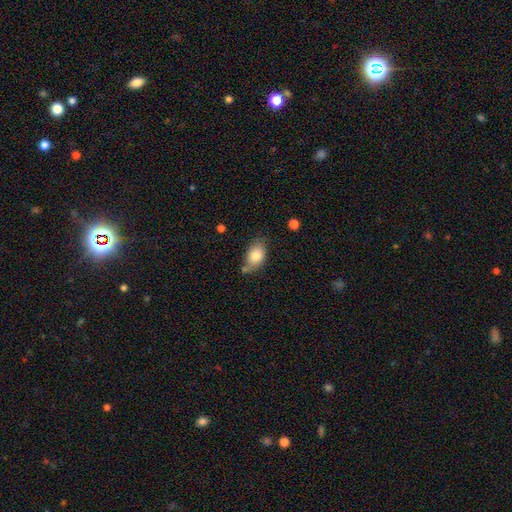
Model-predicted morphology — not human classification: Smooth or featured: smooth — 80% (featured or disk — 13%)
How rounded: in between — 87% (round — 11%)
Merging: none — 62% (minor disturbance — 23%)